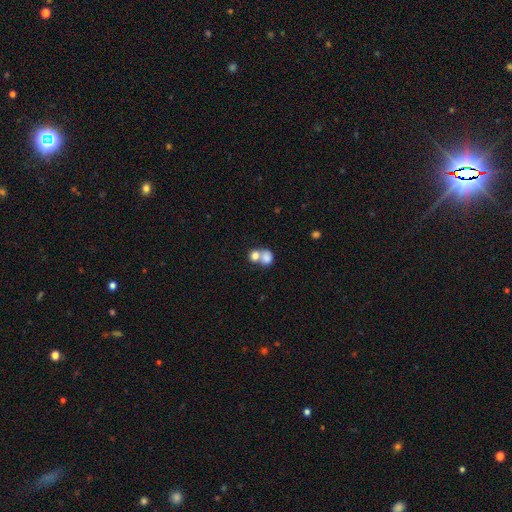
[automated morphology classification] smooth 76%, featured or disk 14%, star or artifact 9%. Down the decision tree: how rounded — round (62%); merging — merger (67%).